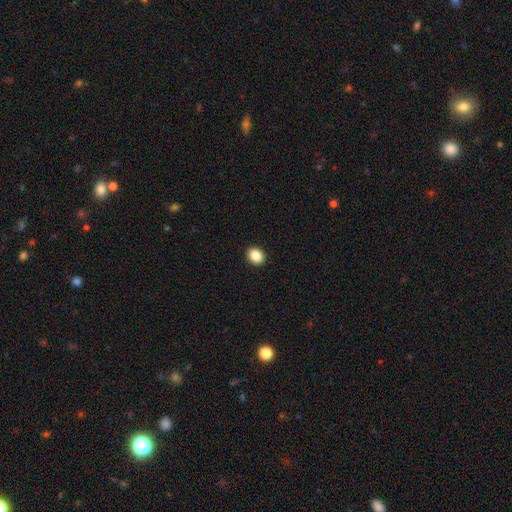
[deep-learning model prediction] Q: Smooth or featured?
A: smooth (86%); runner-up: star or artifact (9%)
Q: How rounded?
A: round (56%); runner-up: in between (43%)
Q: Merging?
A: none (92%); runner-up: minor disturbance (5%)